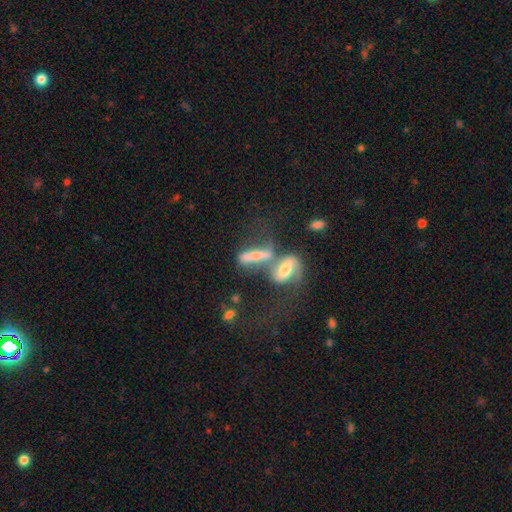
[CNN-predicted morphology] This is possibly a smooth galaxy (45%). Merging: possibly merger (56%).